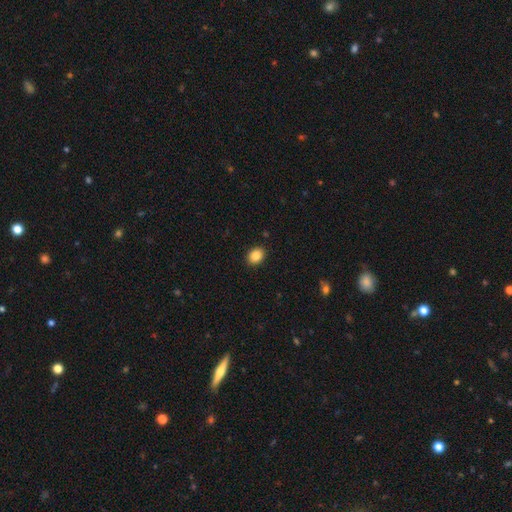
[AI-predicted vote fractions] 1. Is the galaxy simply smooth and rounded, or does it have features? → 86% smooth, 9% star or artifact, 5% featured or disk.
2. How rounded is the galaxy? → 55% in between, 44% round, 1% cigar-shaped.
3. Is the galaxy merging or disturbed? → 90% none, 7% minor disturbance, 2% major disturbance, 1% merger.